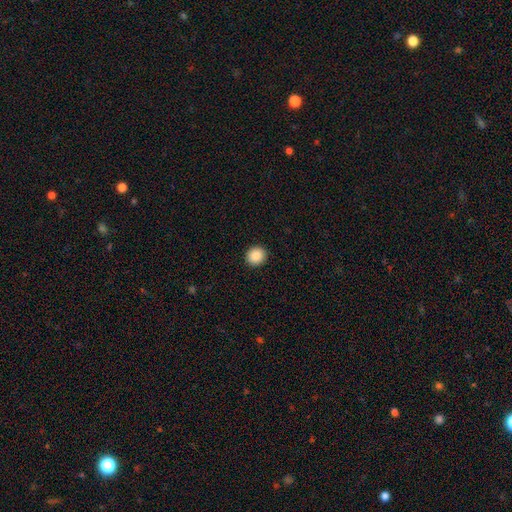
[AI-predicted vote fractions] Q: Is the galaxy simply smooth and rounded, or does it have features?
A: smooth — 89%.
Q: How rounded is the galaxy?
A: round — 86%.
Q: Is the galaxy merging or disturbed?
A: none — 93%.